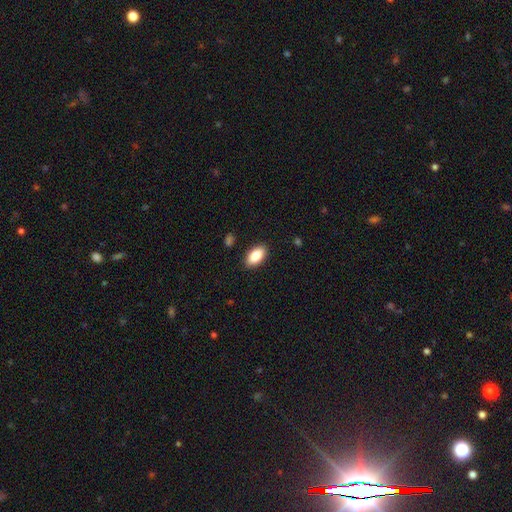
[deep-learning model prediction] smooth-or-featured: smooth: 87% | star or artifact: 7% | featured or disk: 6%
  how-rounded: in between: 93% | cigar-shaped: 4% | round: 4%
  merging: none: 89% | minor disturbance: 8% | major disturbance: 2% | merger: 1%